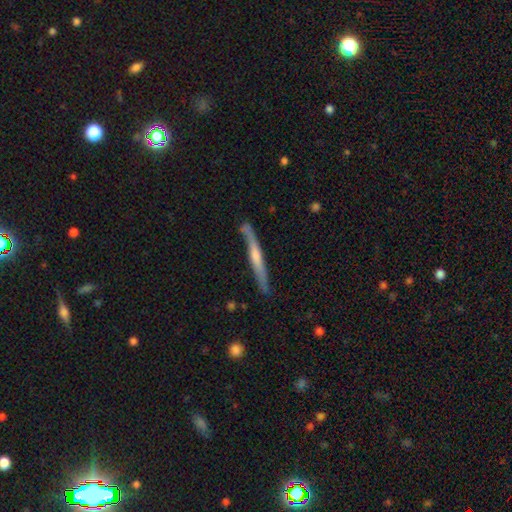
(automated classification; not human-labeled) featured or disk 59%, smooth 36%, star or artifact 5%. Down the decision tree: edge-on disk — yes (94%); edge-on bulge — rounded (50%); merging — none (75%).